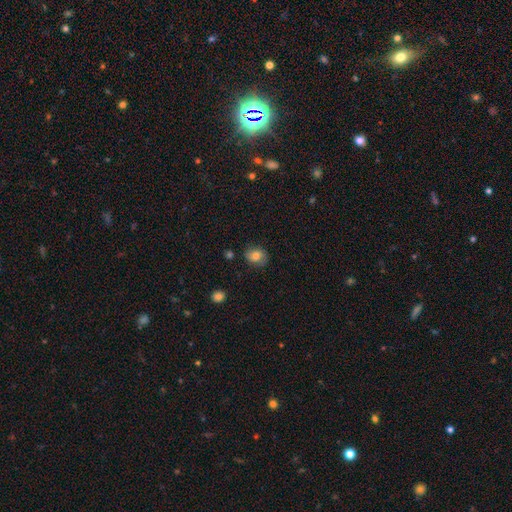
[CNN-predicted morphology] Smooth or featured: smooth — 76% (featured or disk — 14%)
How rounded: in between — 50% (round — 49%)
Merging: none — 75% (minor disturbance — 18%)